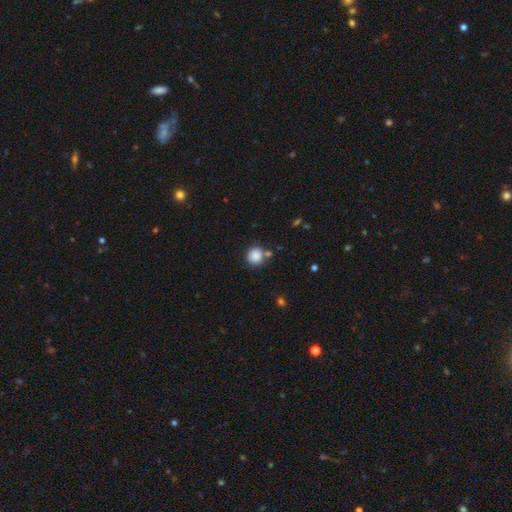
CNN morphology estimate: Smooth or featured? Predicted: smooth (p=0.87). How rounded? Predicted: round (p=0.91). Merging? Predicted: none (p=0.74).